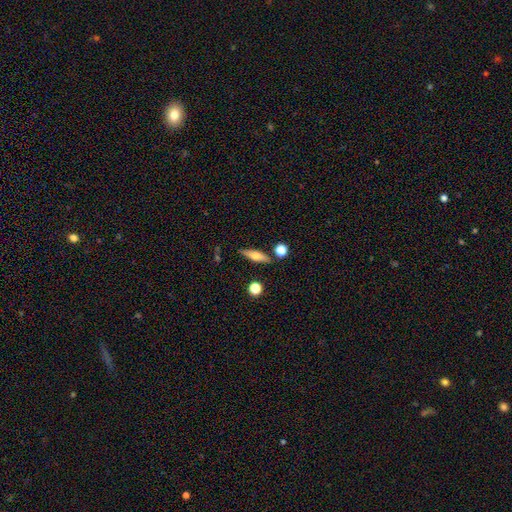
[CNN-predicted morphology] type=smooth (52%); roundness=cigar-shaped (60%); merging=none (83%).